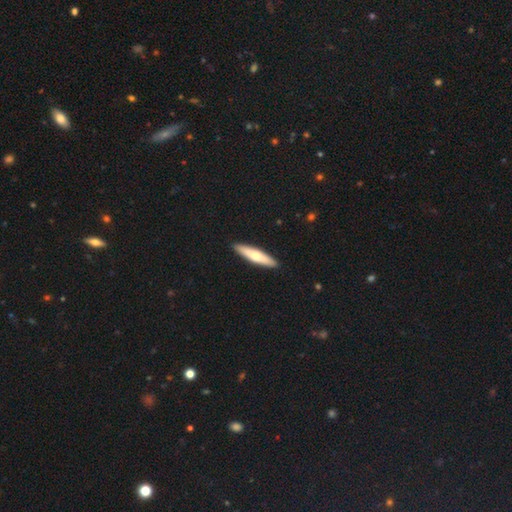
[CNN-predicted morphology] smooth-or-featured: smooth: 58% | featured or disk: 38% | star or artifact: 5%
  how-rounded: cigar-shaped: 81% | in between: 18% | round: 2%
  merging: none: 92% | minor disturbance: 6% | major disturbance: 1% | merger: 1%